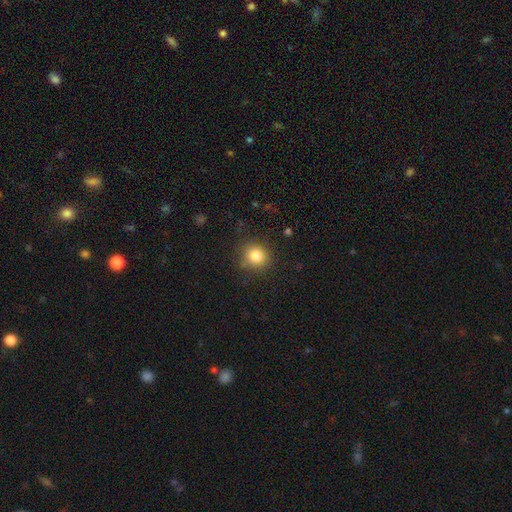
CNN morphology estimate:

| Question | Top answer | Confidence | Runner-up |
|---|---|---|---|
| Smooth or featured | smooth | 82% | star or artifact (11%) |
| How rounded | round | 85% | in between (15%) |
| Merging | none | 83% | minor disturbance (11%) |